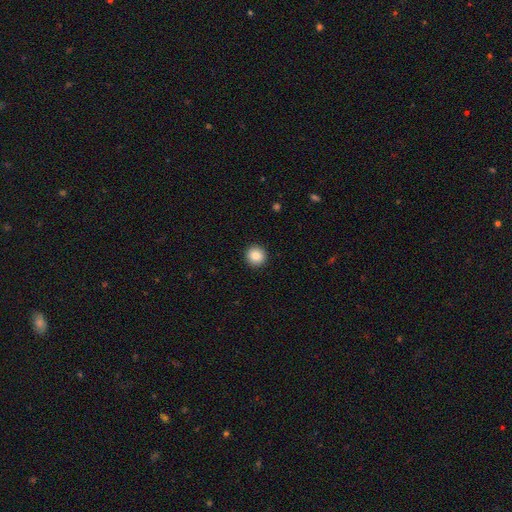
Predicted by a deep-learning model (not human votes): smooth_or_featured: smooth (p=0.86) [alt: star or artifact p=0.09]
how_rounded: round (p=0.94) [alt: in between p=0.05]
merging: none (p=0.93) [alt: minor disturbance p=0.04]